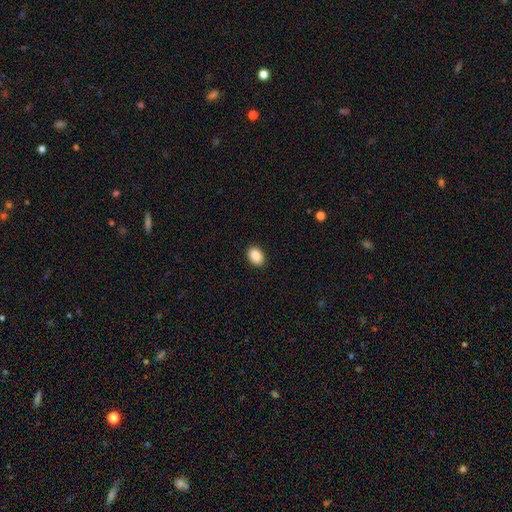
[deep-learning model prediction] smooth-or-featured: smooth: 89% | star or artifact: 8% | featured or disk: 3%
  how-rounded: in between: 77% | round: 22% | cigar-shaped: 1%
  merging: none: 91% | minor disturbance: 7% | major disturbance: 2% | merger: 1%